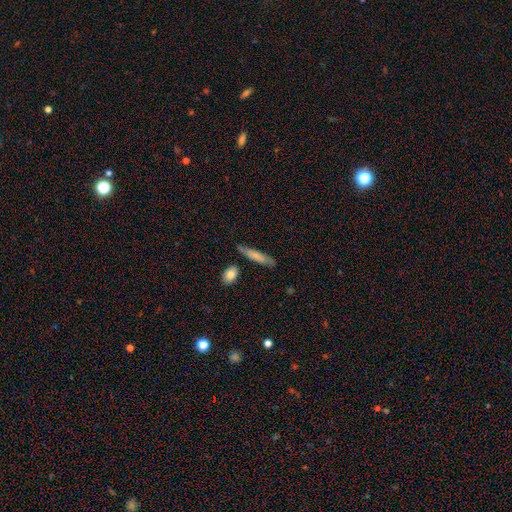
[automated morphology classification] Smooth or featured: smooth — 70% (featured or disk — 24%)
How rounded: cigar-shaped — 78% (in between — 19%)
Merging: none — 73% (minor disturbance — 18%)